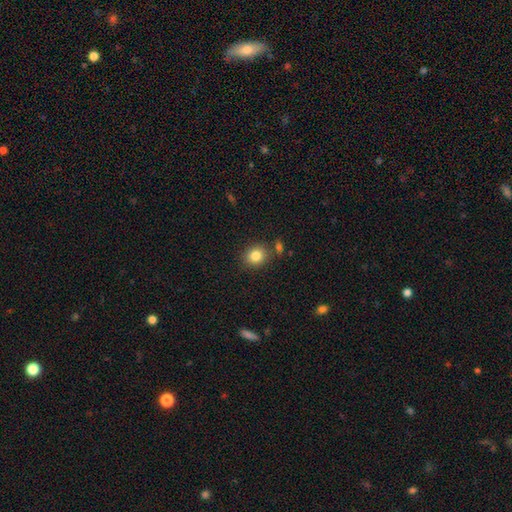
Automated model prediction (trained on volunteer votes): Smooth or featured: smooth — 84% (star or artifact — 10%)
How rounded: round — 69% (in between — 30%)
Merging: none — 79% (minor disturbance — 10%)